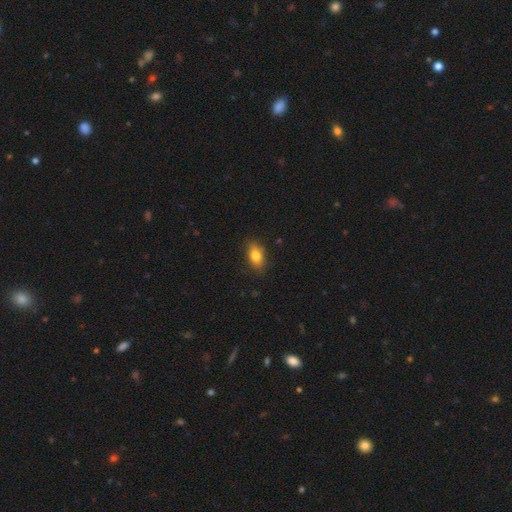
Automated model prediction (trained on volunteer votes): smooth-or-featured: smooth: 81% | featured or disk: 10% | star or artifact: 9%
  how-rounded: in between: 85% | round: 10% | cigar-shaped: 5%
  merging: none: 85% | minor disturbance: 12% | major disturbance: 2% | merger: 1%